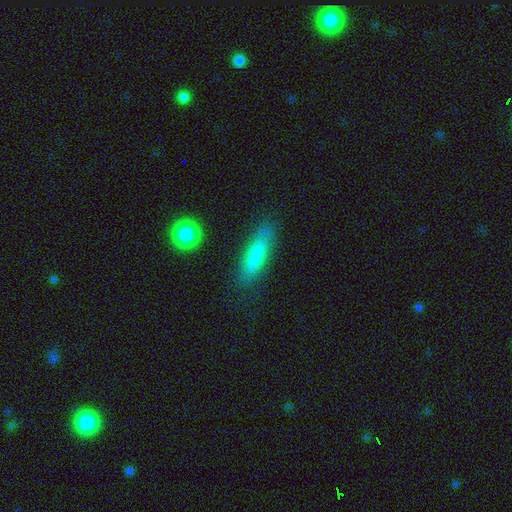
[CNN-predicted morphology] This appears to be a smooth galaxy with no disk features (79%) that is cigar-shaped (66%). Merging: none (83%).